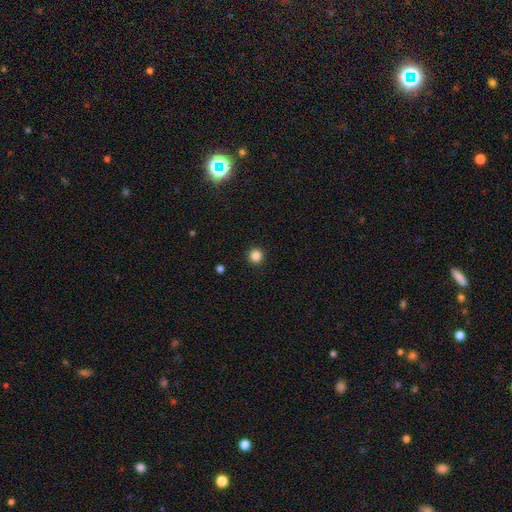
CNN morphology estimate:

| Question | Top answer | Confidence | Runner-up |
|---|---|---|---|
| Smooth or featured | smooth | 85% | star or artifact (12%) |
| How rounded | round | 96% | in between (3%) |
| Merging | none | 93% | minor disturbance (4%) |